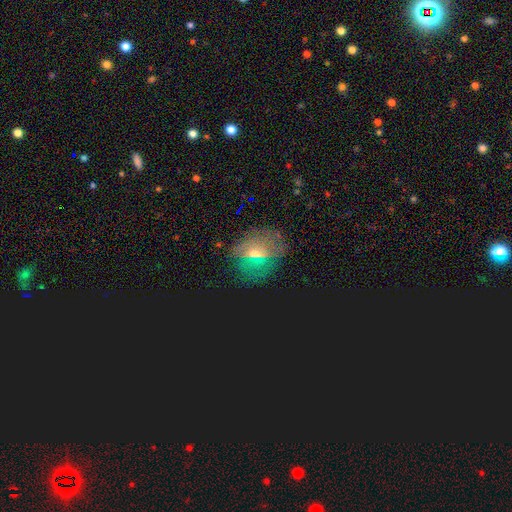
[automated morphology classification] This appears to be a star or artifact, not a galaxy (36%, tied with smooth).